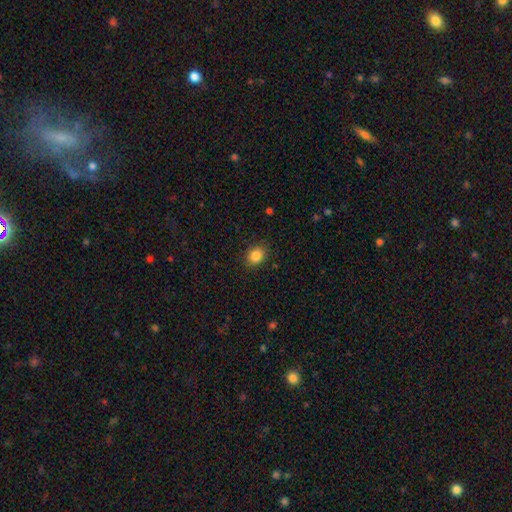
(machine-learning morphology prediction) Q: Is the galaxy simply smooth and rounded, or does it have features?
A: smooth — 85%.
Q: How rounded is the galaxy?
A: round — 53%.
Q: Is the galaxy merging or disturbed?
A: none — 88%.